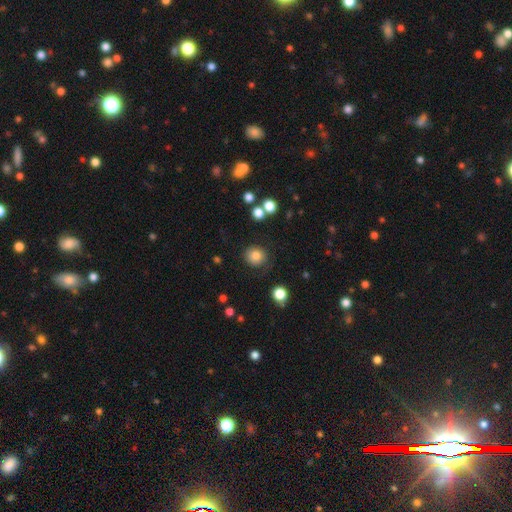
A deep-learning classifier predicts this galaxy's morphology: This is clearly a smooth galaxy (82%). How rounded: clearly round (87%). Merging: clearly none (81%).